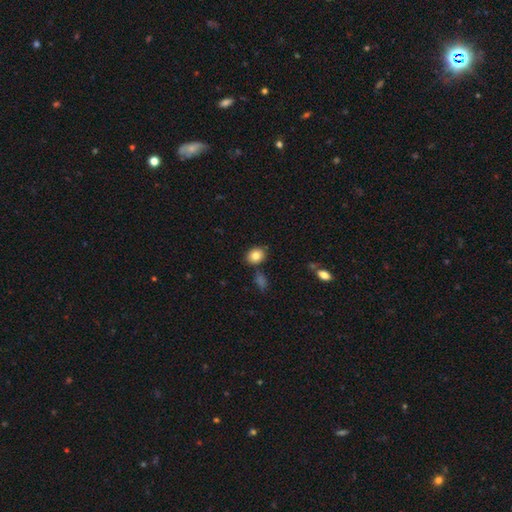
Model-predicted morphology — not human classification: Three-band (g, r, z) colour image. It shows a smooth galaxy with no disk features (82%) that is round (54%). Merging: none (81%).